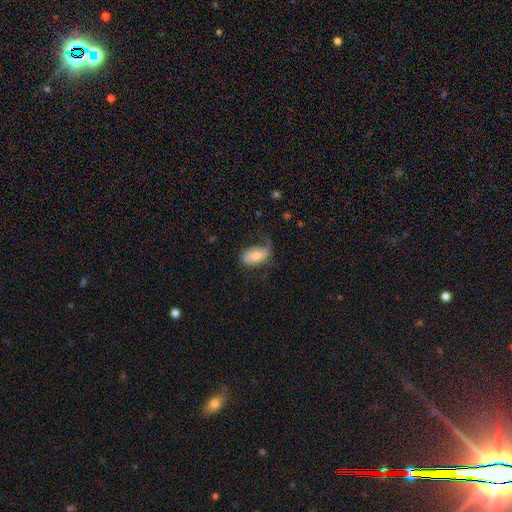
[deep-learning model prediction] This appears to be a featured or disk galaxy (50%). Merging: none (44%).